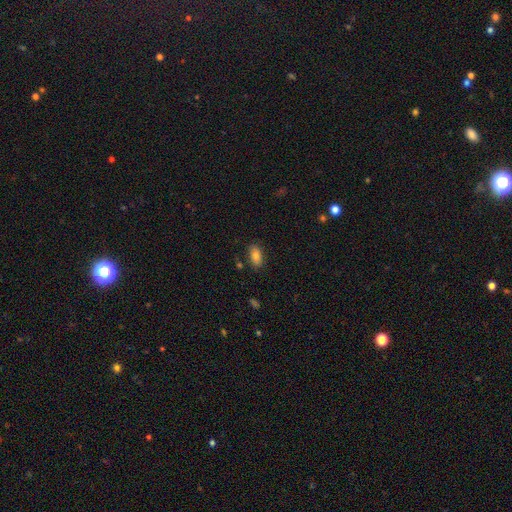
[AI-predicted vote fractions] Morphology: type=smooth (81%); roundness=in between (92%); merging=none (83%).